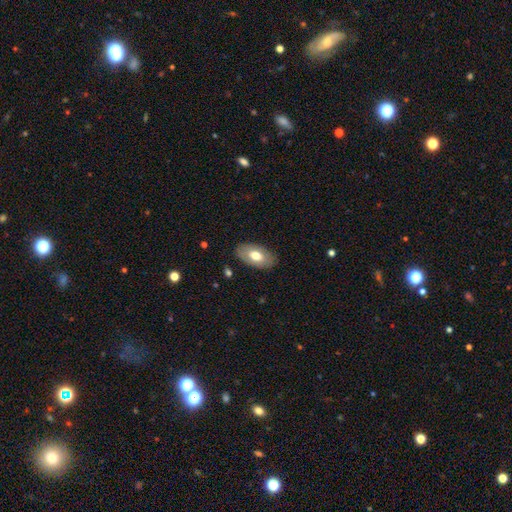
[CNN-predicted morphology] Smooth or featured: smooth — 66% (featured or disk — 28%)
How rounded: in between — 94% (round — 4%)
Merging: none — 85% (minor disturbance — 11%)